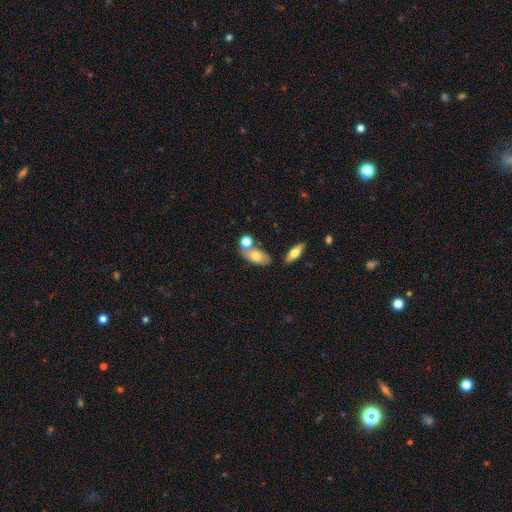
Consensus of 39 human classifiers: Smooth or featured? 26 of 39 (67%) said smooth. How rounded? 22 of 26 (85%) said in between. Merging? 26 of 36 (72%) said none.